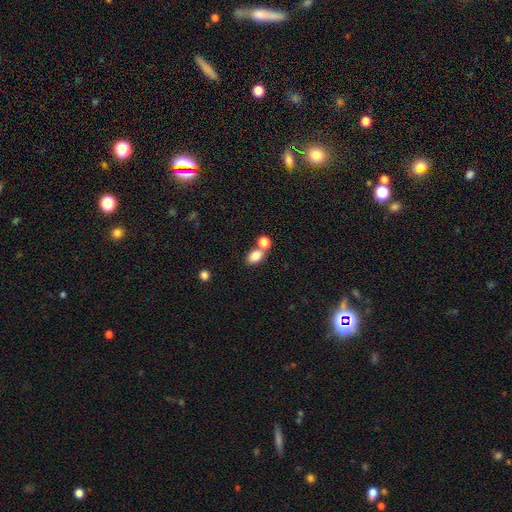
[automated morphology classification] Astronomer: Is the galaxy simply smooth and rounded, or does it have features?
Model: smooth — 83%.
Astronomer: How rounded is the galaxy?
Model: in between — 81%.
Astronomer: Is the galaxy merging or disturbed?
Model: none — 53% (runner-up: merger, 33%).